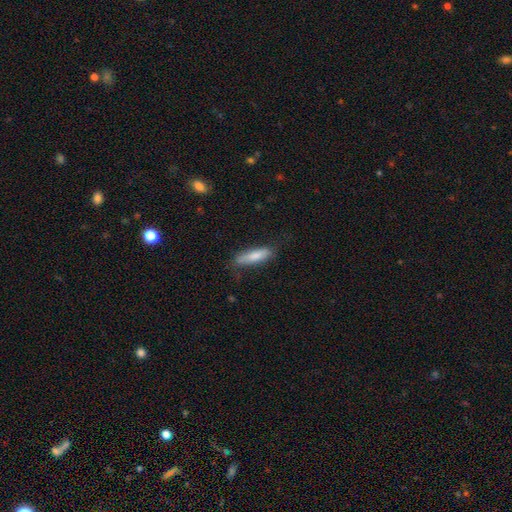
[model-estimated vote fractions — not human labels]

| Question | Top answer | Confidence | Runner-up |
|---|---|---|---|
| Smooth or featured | smooth | 78% | featured or disk (16%) |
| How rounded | cigar-shaped | 65% | in between (33%) |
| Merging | none | 71% | minor disturbance (21%) |